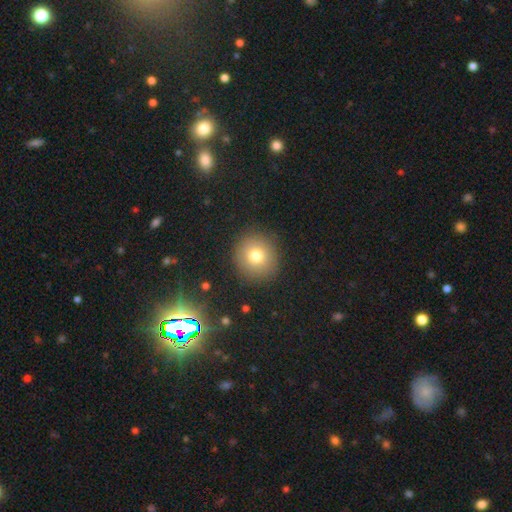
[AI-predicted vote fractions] This appears to be a smooth galaxy with no disk features (76%) that is round (91%). Merging: none (89%).